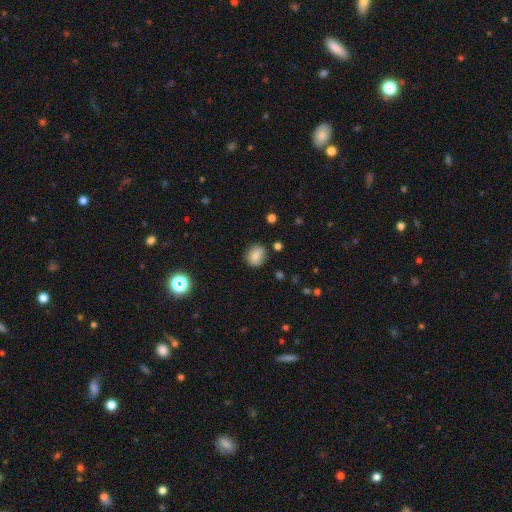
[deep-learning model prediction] Smooth or featured?
  - smooth: 82% *
  - star or artifact: 11%
  - featured or disk: 7%
How rounded?
  - round: 65% *
  - in between: 34%
  - cigar-shaped: 1%
Merging?
  - none: 81% *
  - minor disturbance: 13%
  - major disturbance: 3%
  - merger: 2%